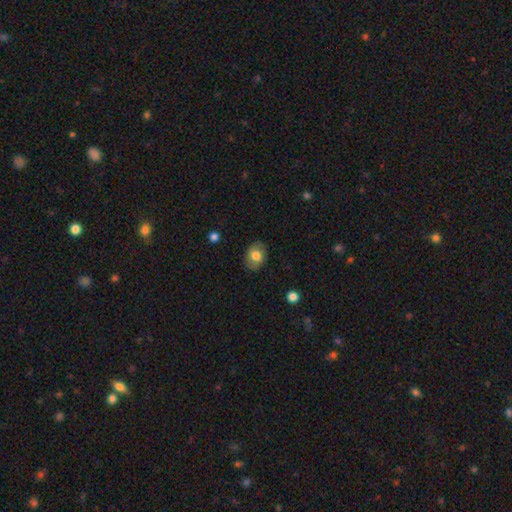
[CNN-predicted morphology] smooth-or-featured: smooth: 76% | featured or disk: 17% | star or artifact: 8%
  how-rounded: in between: 62% | round: 37% | cigar-shaped: 1%
  merging: none: 83% | minor disturbance: 13% | major disturbance: 3% | merger: 1%